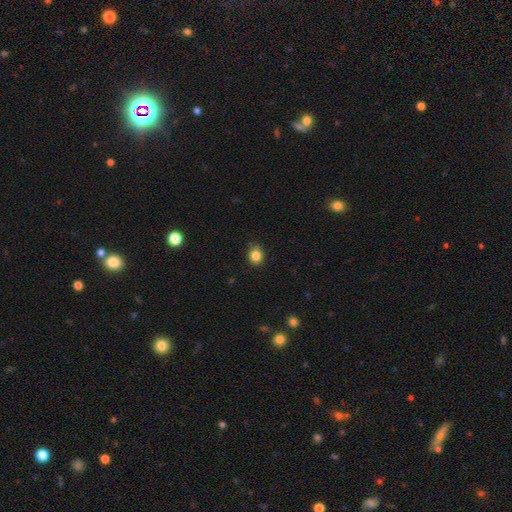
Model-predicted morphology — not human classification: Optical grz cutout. It shows a smooth galaxy with no disk features (84%) that is round (78%). Merging: none (78%).